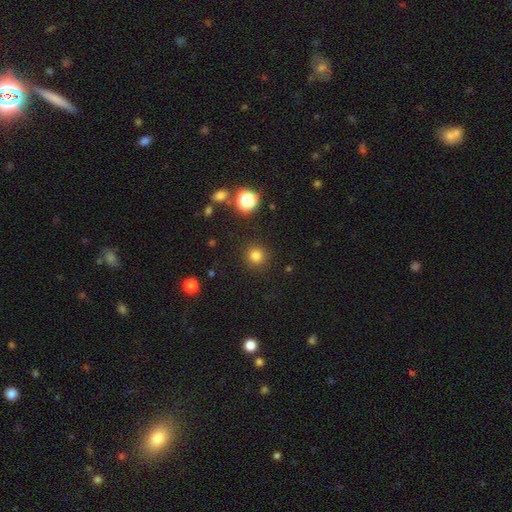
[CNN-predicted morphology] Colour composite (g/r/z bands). It shows a smooth galaxy with no disk features (80%) that is round (93%). Merging: none (91%).